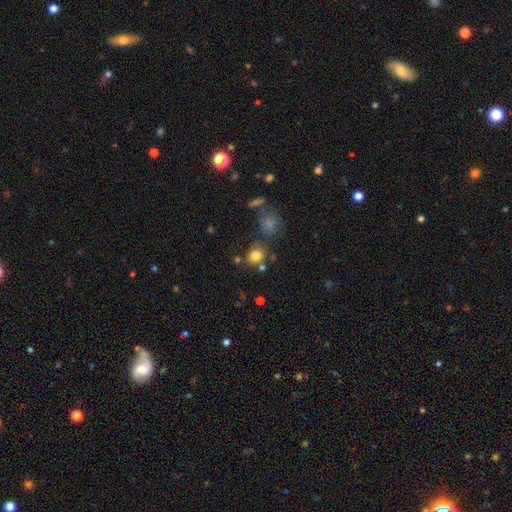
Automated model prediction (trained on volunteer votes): Q: Smooth or featured?
A: smooth (80%); runner-up: star or artifact (13%)
Q: How rounded?
A: round (76%); runner-up: in between (23%)
Q: Merging?
A: none (70%); runner-up: merger (13%)